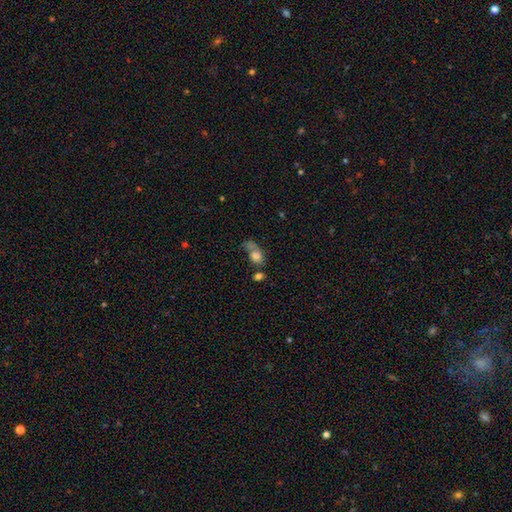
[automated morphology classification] Smooth or featured: smooth — 72% (featured or disk — 16%)
How rounded: in between — 63% (round — 34%)
Merging: merger — 34% (none — 26%)